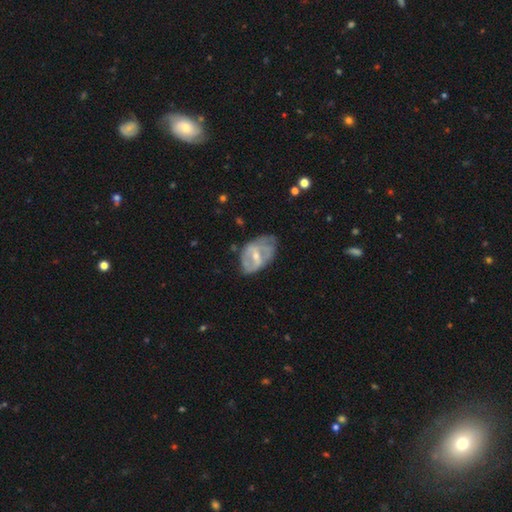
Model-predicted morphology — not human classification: Smooth or featured: featured or disk — 65% (smooth — 29%)
Edge-on disk: no — 95% (yes — 5%)
Bar: weak — 45% (strong — 33%)
Spiral arms: no — 50% (tied with yes — 50%)
Bulge size: moderate — 51% (small — 44%)
Merging: none — 44% (minor disturbance — 36%)